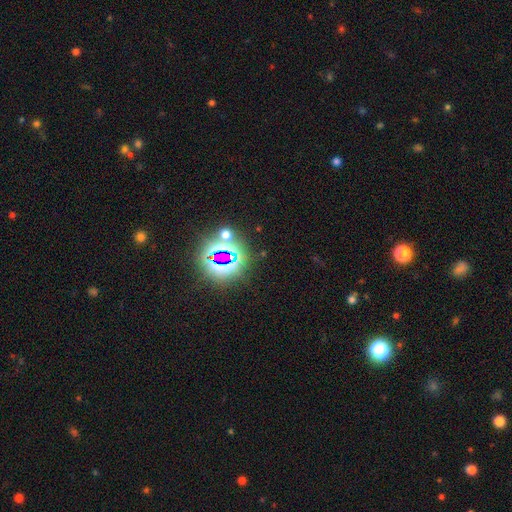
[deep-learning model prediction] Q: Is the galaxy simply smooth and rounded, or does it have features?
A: star or artifact — 77%.